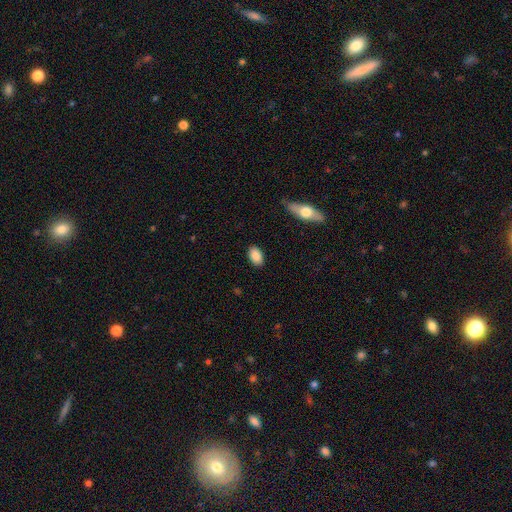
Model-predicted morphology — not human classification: smooth_or_featured: smooth (p=0.88) [alt: star or artifact p=0.07]
how_rounded: in between (p=0.90) [alt: round p=0.08]
merging: none (p=0.88) [alt: minor disturbance p=0.09]